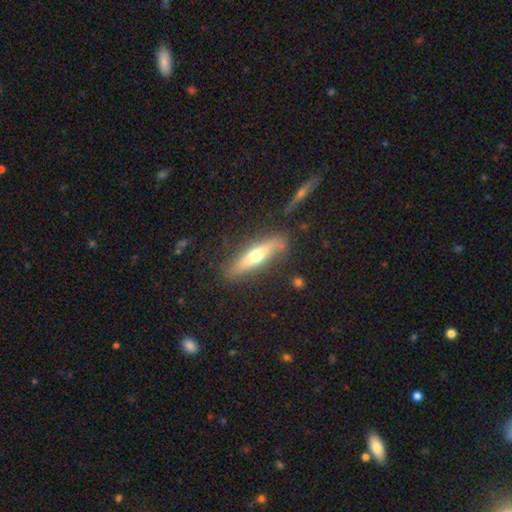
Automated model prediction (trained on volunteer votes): Overall: featured or disk (49%; smooth 45%). Merging: none (80%).